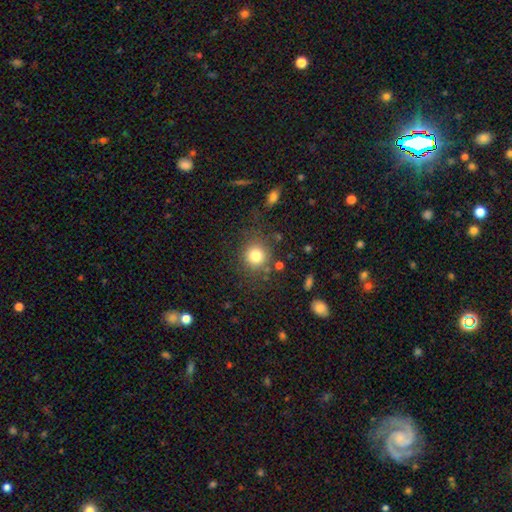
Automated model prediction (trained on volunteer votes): Overall: smooth (79%). How rounded: round (89%). Merging: none (81%).